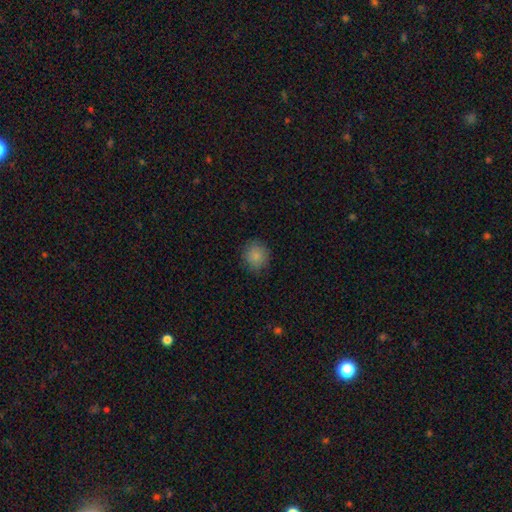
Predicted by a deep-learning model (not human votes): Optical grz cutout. It shows a smooth galaxy with no disk features (86%) that is round (89%). Merging: none (86%).